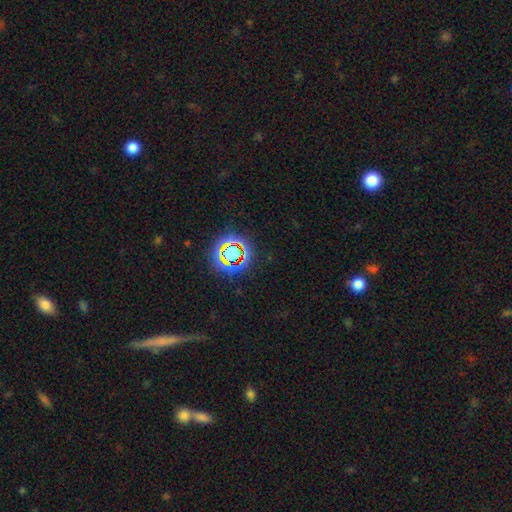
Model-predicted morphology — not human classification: smooth_or_featured: star or artifact (p=0.66) [alt: smooth p=0.21]